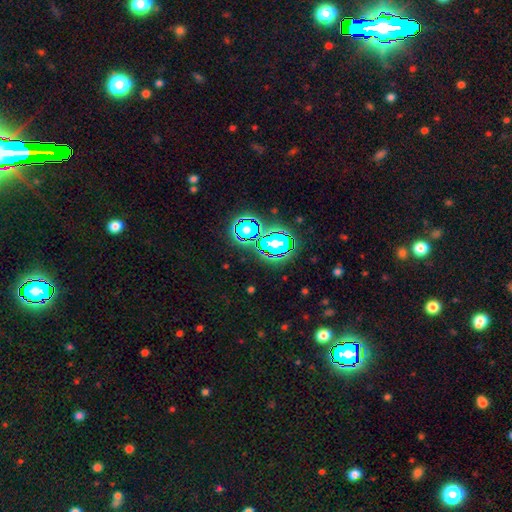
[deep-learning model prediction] Smooth or featured? Predicted: star or artifact (p=0.79).